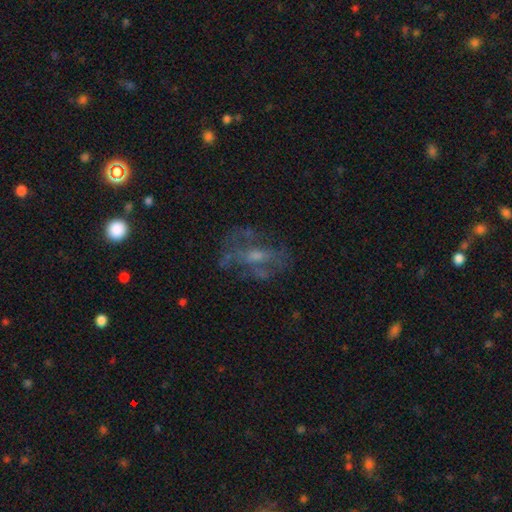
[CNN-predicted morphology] Smooth or featured?
  - featured or disk: 63% *
  - smooth: 23%
  - star or artifact: 14%
Edge-on disk?
  - no: 94% *
  - yes: 6%
Bar?
  - no: 60% *
  - weak: 31%
  - strong: 9%
Spiral arms?
  - no: 67% *
  - yes: 33%
Bulge size?
  - moderate: 42% *
  - small: 38%
  - none: 14%
  - large: 4%
  - dominant: 1%
Merging?
  - none: 54% *
  - major disturbance: 24%
  - minor disturbance: 18%
  - merger: 4%